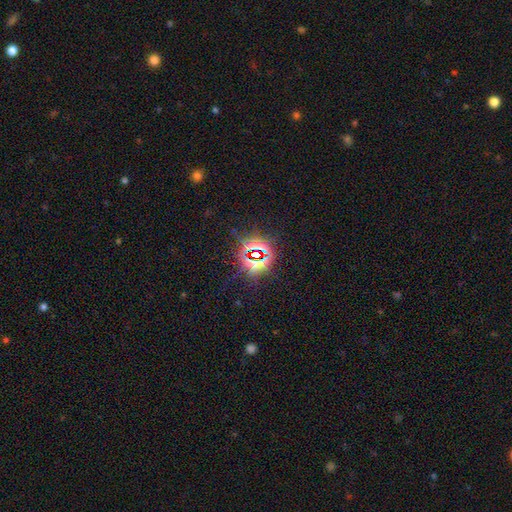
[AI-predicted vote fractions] Smooth or featured?
  - star or artifact: 80% *
  - smooth: 12%
  - featured or disk: 8%